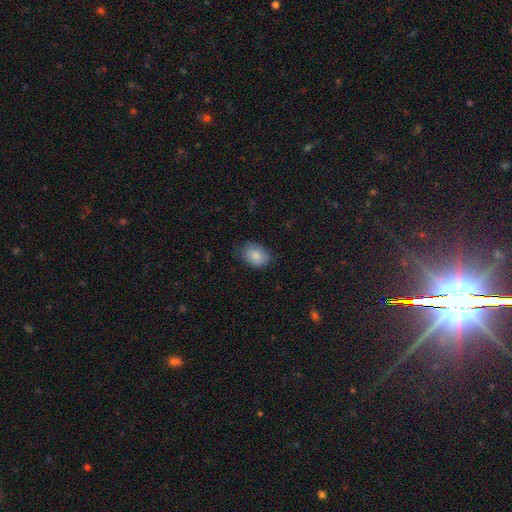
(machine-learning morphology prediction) Smooth or featured? smooth (85%)
How rounded? in between (73%)
Merging? none (75%)